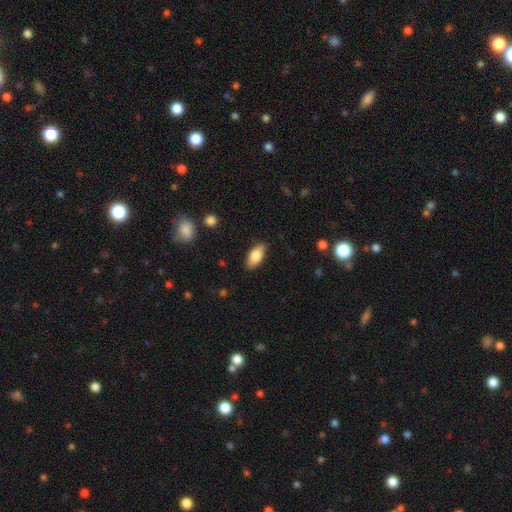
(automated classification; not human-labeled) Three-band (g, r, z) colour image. It shows a smooth galaxy with no disk features (80%) that is in between round and cigar-shaped (89%). Merging: none (87%).